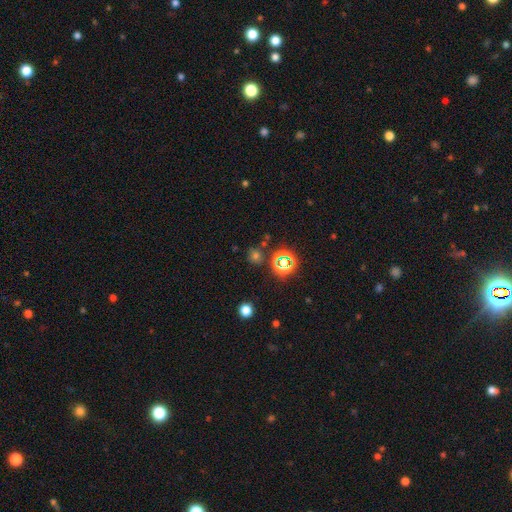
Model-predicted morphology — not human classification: The model was most divided on "smooth or featured": smooth: 59%, star or artifact: 35%, featured or disk: 7%. More confident: how rounded — round (88%); merging — none (80%).